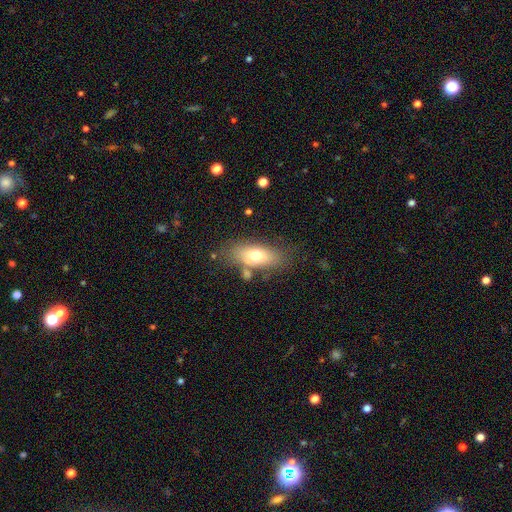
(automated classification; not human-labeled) Q: Smooth or featured?
A: smooth (68%); runner-up: featured or disk (24%)
Q: How rounded?
A: in between (81%); runner-up: cigar-shaped (14%)
Q: Merging?
A: none (68%); runner-up: minor disturbance (17%)